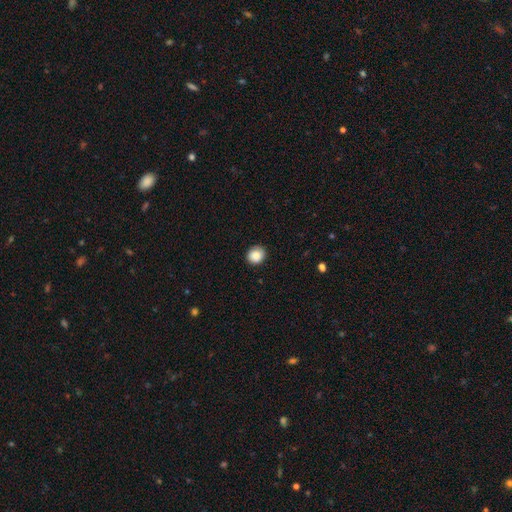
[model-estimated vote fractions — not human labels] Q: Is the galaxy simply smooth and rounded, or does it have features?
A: smooth — 88%.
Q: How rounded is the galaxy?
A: round — 80%.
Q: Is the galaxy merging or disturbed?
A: none — 88%.